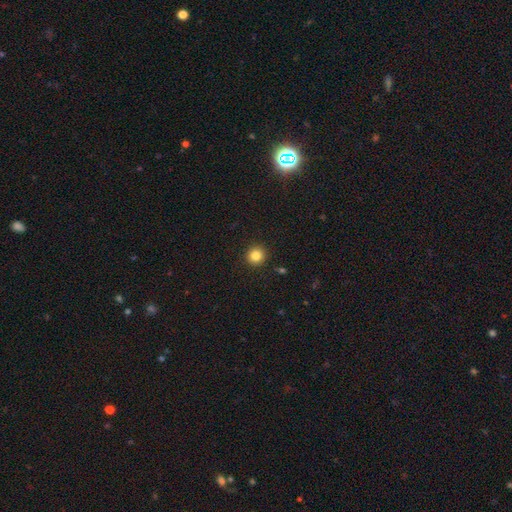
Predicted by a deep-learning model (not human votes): This is clearly a smooth galaxy (84%). How rounded: clearly round (94%). Merging: clearly none (92%).